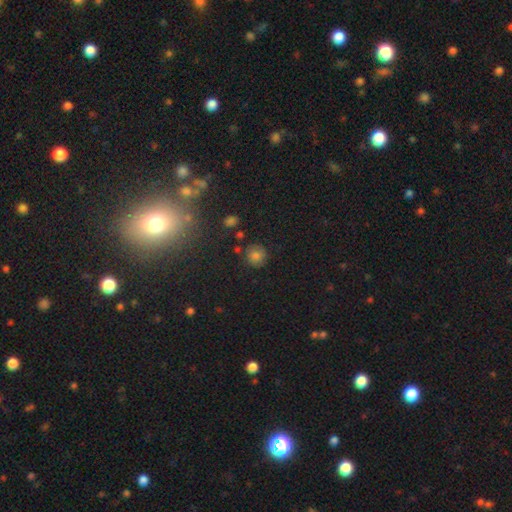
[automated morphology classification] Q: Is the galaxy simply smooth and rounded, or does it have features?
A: smooth — 75%.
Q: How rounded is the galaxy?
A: round — 91%.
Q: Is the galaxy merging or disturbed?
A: none — 82%.